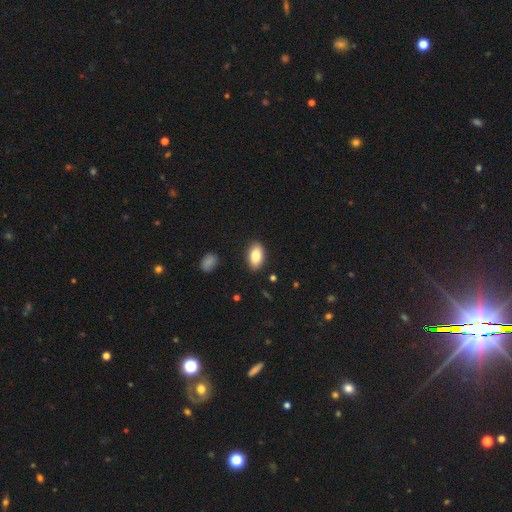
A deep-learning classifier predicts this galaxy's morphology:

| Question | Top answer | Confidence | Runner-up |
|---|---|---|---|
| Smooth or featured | smooth | 83% | featured or disk (10%) |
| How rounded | in between | 93% | round (5%) |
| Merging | none | 88% | minor disturbance (8%) |